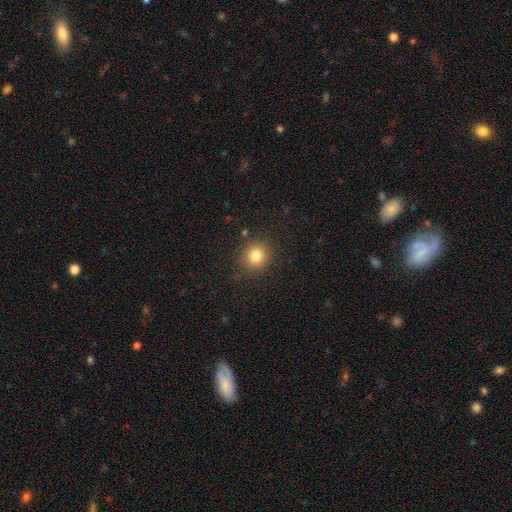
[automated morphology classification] smooth_or_featured: smooth (p=0.81) [alt: star or artifact p=0.12]
how_rounded: round (p=0.89) [alt: in between p=0.10]
merging: none (p=0.87) [alt: minor disturbance p=0.08]